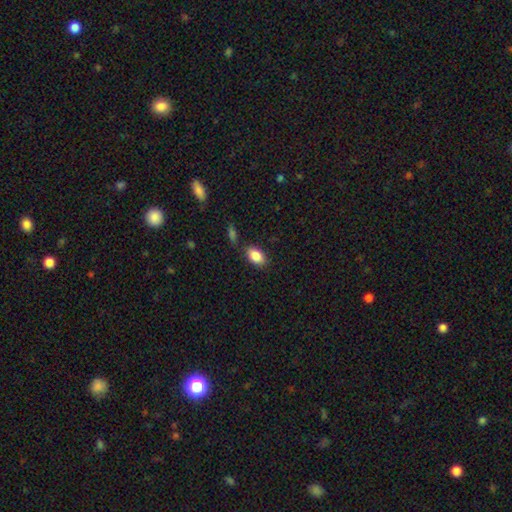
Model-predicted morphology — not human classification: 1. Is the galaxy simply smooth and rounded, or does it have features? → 86% smooth, 7% star or artifact, 7% featured or disk.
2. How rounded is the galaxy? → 89% in between, 9% round, 2% cigar-shaped.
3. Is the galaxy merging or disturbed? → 78% none, 13% minor disturbance, 5% merger, 3% major disturbance.